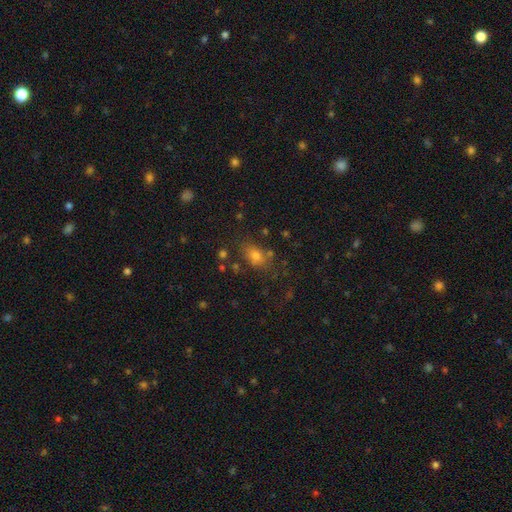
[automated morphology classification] A smooth galaxy with no disk features (71%) that is in between round and cigar-shaped (69%).

Vote fractions:
- Smooth or featured? smooth: 71% / star or artifact: 18% / featured or disk: 11%
- How rounded? in between: 69% / round: 27% / cigar-shaped: 4%
- Merging? none: 70% / minor disturbance: 16% / merger: 8% / major disturbance: 6%